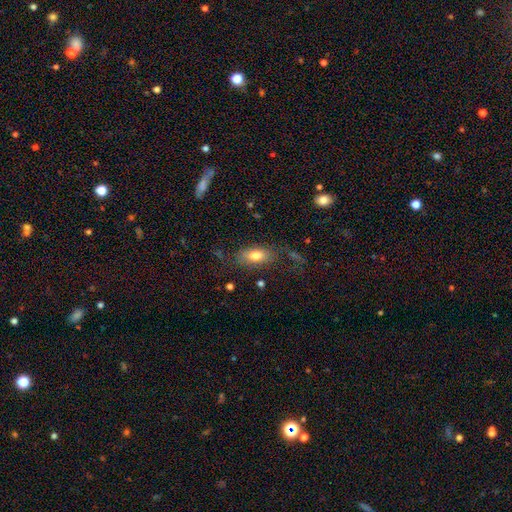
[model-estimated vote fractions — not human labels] Smooth or featured: smooth — 76% (featured or disk — 15%)
How rounded: in between — 85% (cigar-shaped — 10%)
Merging: none — 70% (minor disturbance — 17%)